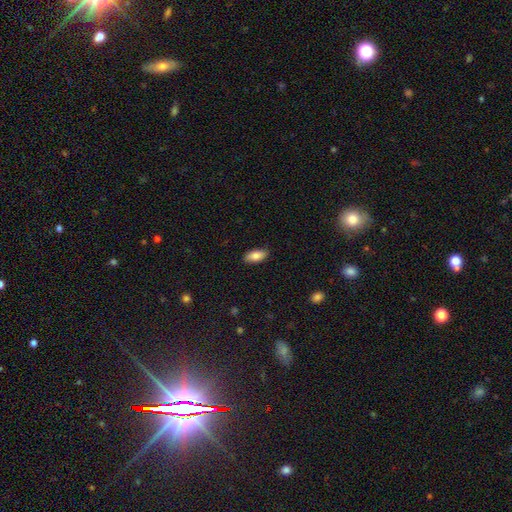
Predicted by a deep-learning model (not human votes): Smooth or featured?
  - smooth: 83% *
  - featured or disk: 10%
  - star or artifact: 7%
How rounded?
  - in between: 89% *
  - cigar-shaped: 8%
  - round: 3%
Merging?
  - none: 87% *
  - minor disturbance: 10%
  - major disturbance: 2%
  - merger: 1%